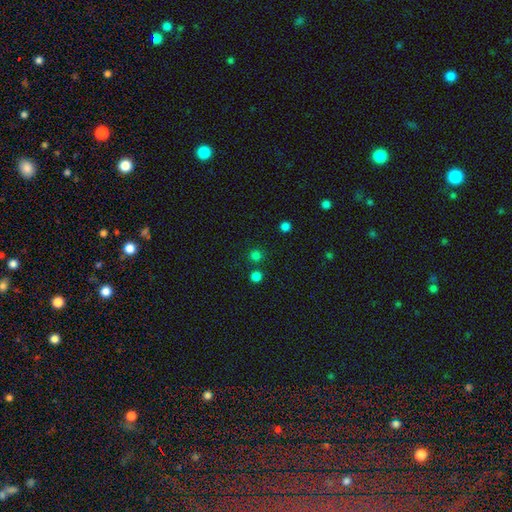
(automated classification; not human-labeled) Smooth or featured?
  - smooth: 76% *
  - star or artifact: 20%
  - featured or disk: 4%
How rounded?
  - round: 93% *
  - in between: 6%
  - cigar-shaped: 1%
Merging?
  - none: 80% *
  - merger: 11%
  - minor disturbance: 6%
  - major disturbance: 3%